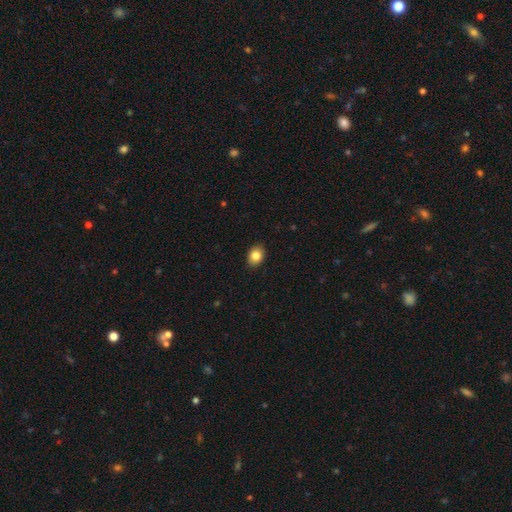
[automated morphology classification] Smooth or featured: smooth — 85% (star or artifact — 8%)
How rounded: in between — 70% (round — 29%)
Merging: none — 89% (minor disturbance — 8%)